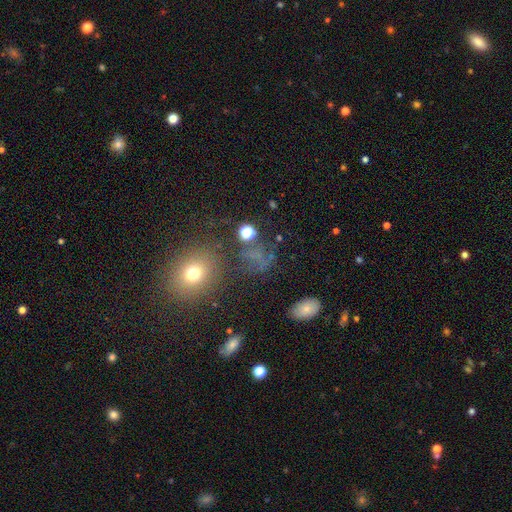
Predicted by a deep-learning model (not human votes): Smooth or featured: smooth — 40% (tied with star or artifact — 40%)
Merging: none — 56% (major disturbance — 19%)